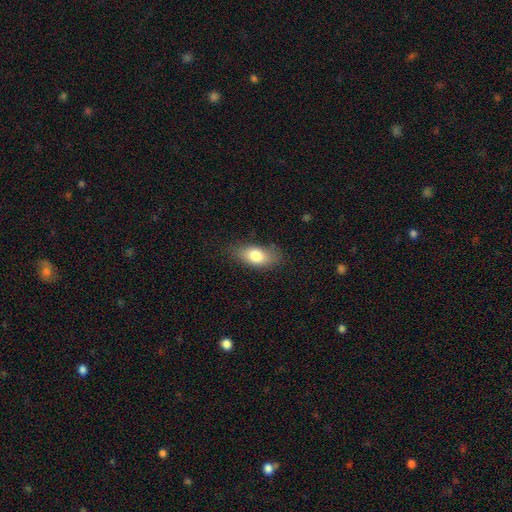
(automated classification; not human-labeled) Smooth or featured: smooth — 79% (featured or disk — 14%)
How rounded: in between — 86% (cigar-shaped — 8%)
Merging: none — 76% (minor disturbance — 18%)